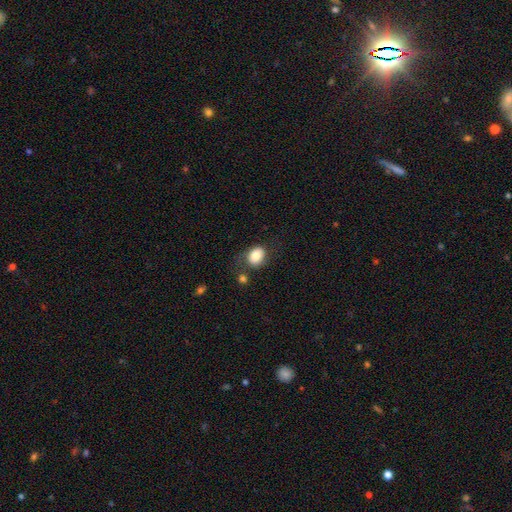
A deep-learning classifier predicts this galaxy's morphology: smooth_or_featured: smooth (p=0.79) [alt: featured or disk p=0.13]
how_rounded: in between (p=0.51) [alt: round p=0.48]
merging: none (p=0.61) [alt: minor disturbance p=0.21]